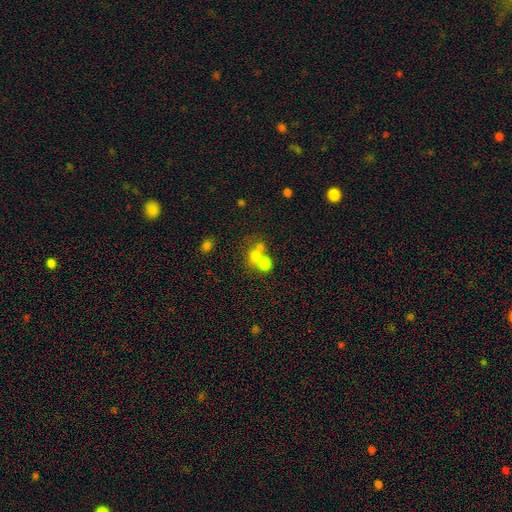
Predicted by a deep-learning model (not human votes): Overall: smooth (68%). How rounded: round (67%; in between 32%). Merging: merger (55%; none 31%).